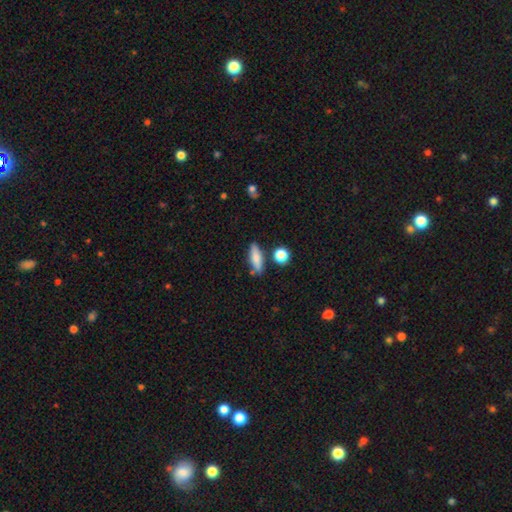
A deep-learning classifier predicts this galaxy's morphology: smooth_or_featured: smooth (p=0.77) [alt: featured or disk p=0.15]
how_rounded: cigar-shaped (p=0.51) [alt: in between p=0.44]
merging: none (p=0.76) [alt: minor disturbance p=0.14]